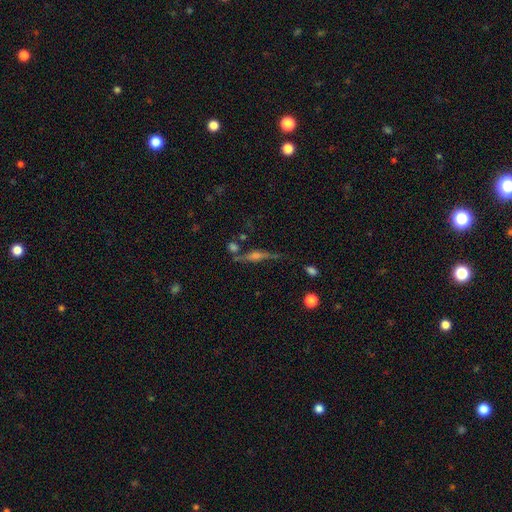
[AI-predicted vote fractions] Smooth or featured: featured or disk — 72% (smooth — 15%)
Edge-on disk: yes — 90% (no — 10%)
Edge-on bulge: rounded — 81% (boxy — 13%)
Merging: none — 69% (minor disturbance — 15%)